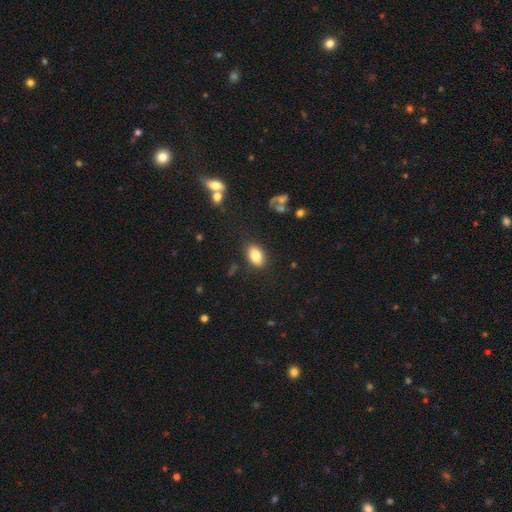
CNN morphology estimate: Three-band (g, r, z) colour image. It shows a smooth galaxy with no disk features (81%) that is in between round and cigar-shaped (89%). Merging: none (84%).